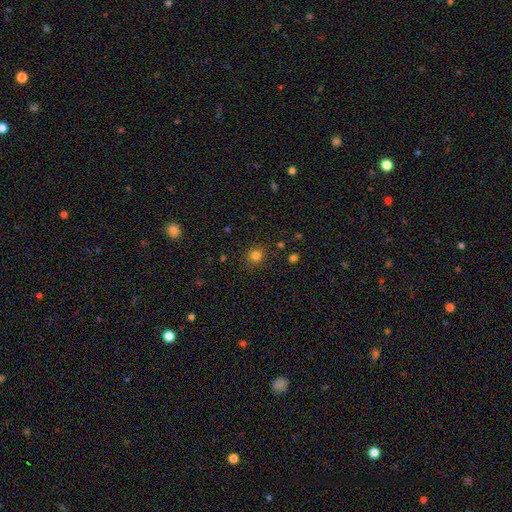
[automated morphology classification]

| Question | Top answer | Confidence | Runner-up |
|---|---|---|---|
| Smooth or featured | smooth | 81% | star or artifact (14%) |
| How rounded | round | 86% | in between (13%) |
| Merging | none | 86% | minor disturbance (9%) |